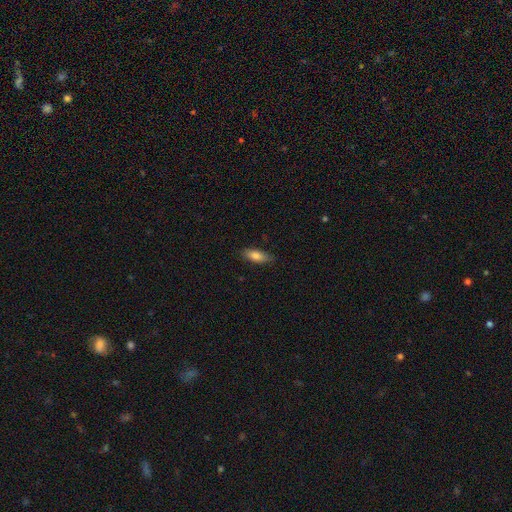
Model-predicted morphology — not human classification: Q: Smooth or featured?
A: smooth (81%); runner-up: featured or disk (12%)
Q: How rounded?
A: in between (68%); runner-up: cigar-shaped (30%)
Q: Merging?
A: none (84%); runner-up: minor disturbance (13%)